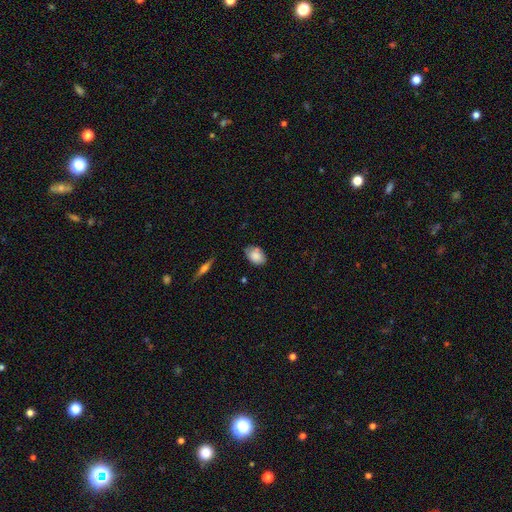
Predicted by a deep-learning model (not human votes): Morphology: type=smooth (84%); roundness=in between (86%); merging=none (72%).